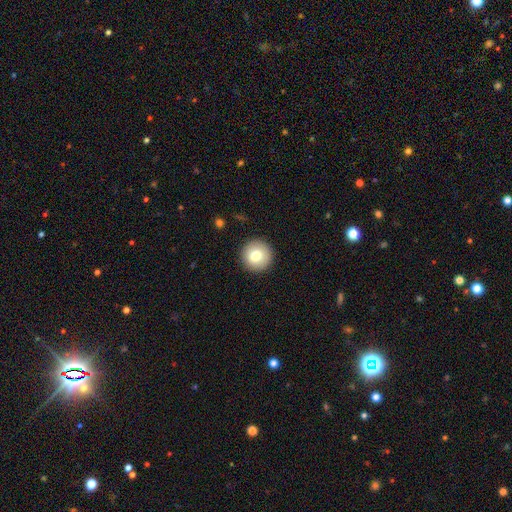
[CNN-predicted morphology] A smooth galaxy with no disk features (78%) that is round (96%).

Vote fractions:
- Smooth or featured? smooth: 78% / featured or disk: 14% / star or artifact: 9%
- How rounded? round: 96% / in between: 3% / cigar-shaped: 1%
- Merging? none: 92% / minor disturbance: 5% / major disturbance: 2% / merger: 1%